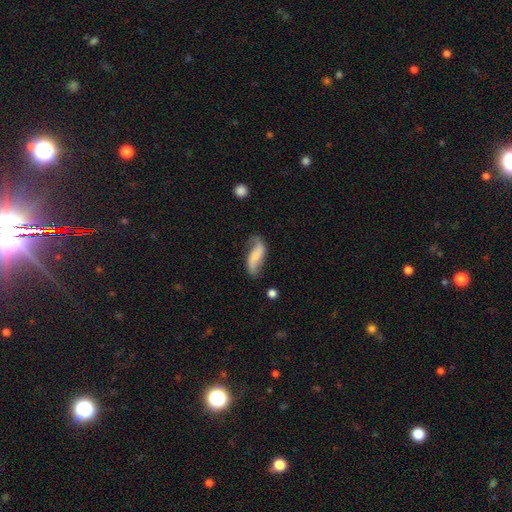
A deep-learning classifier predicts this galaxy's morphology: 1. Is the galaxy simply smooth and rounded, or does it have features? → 61% featured or disk, 32% smooth, 7% star or artifact.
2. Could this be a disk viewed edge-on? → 91% no, 9% yes.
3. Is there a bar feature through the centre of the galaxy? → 46% no, 31% weak, 23% strong.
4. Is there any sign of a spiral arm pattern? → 89% yes, 11% no.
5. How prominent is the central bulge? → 46% none, 30% small, 16% moderate, 5% large, 3% dominant.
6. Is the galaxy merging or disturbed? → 60% none, 24% minor disturbance, 12% major disturbance, 4% merger.